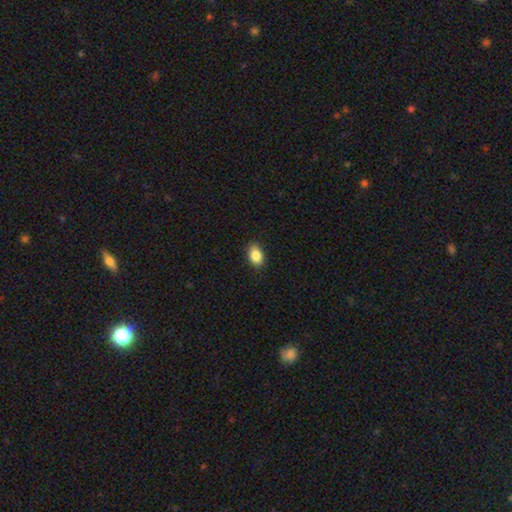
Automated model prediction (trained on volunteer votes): The model was most divided on "how rounded": in between: 84%, round: 15%, cigar-shaped: 2%. More confident: smooth or featured — smooth (87%); merging — none (86%).